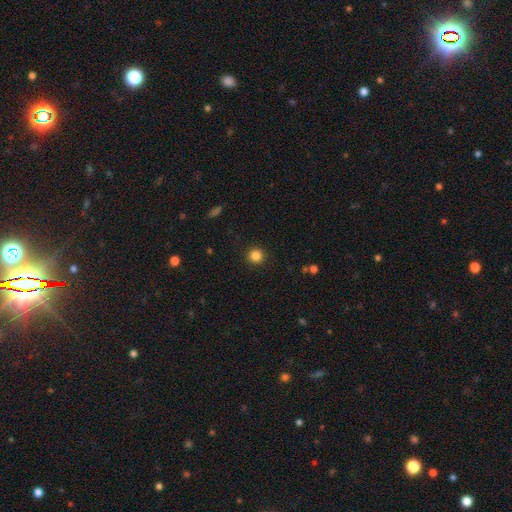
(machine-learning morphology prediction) smooth_or_featured: smooth (p=0.84) [alt: star or artifact p=0.12]
how_rounded: round (p=0.95) [alt: in between p=0.04]
merging: none (p=0.92) [alt: minor disturbance p=0.05]